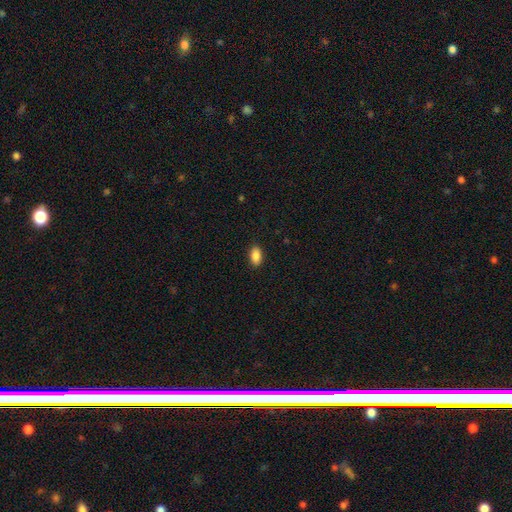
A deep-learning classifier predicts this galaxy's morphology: This is clearly a smooth galaxy (89%). How rounded: clearly in between (92%). Merging: clearly none (90%).